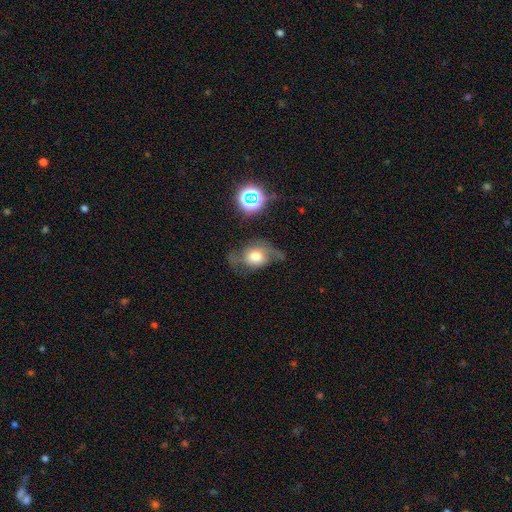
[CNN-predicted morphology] Smooth or featured?
  - featured or disk: 46% *
  - smooth: 41%
  - star or artifact: 12%
Merging?
  - none: 40% *
  - major disturbance: 30%
  - minor disturbance: 26%
  - merger: 4%